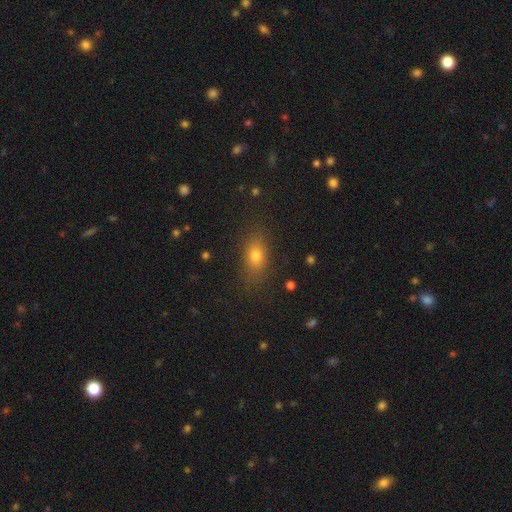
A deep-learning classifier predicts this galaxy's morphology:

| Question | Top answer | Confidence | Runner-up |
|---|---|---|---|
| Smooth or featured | smooth | 74% | star or artifact (14%) |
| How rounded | in between | 74% | round (17%) |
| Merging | none | 83% | minor disturbance (11%) |